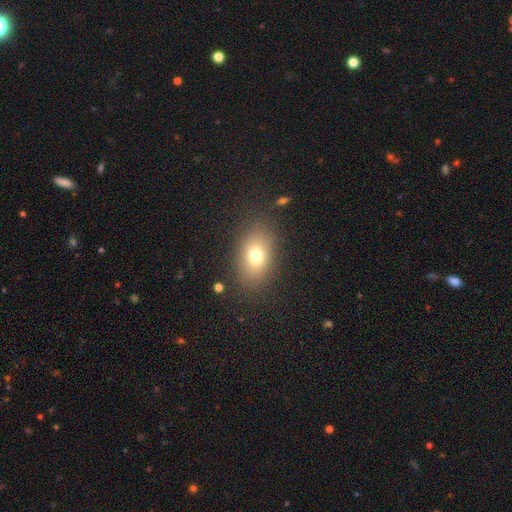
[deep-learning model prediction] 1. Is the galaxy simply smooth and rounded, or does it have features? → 73% smooth, 14% featured or disk, 12% star or artifact.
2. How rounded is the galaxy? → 80% in between, 19% round, 2% cigar-shaped.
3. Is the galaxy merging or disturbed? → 82% none, 11% minor disturbance, 6% major disturbance, 2% merger.